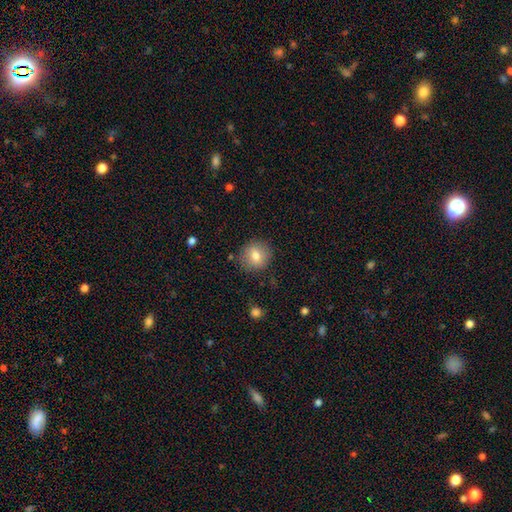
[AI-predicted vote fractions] Q: Smooth or featured?
A: smooth (78%); runner-up: featured or disk (13%)
Q: How rounded?
A: round (87%); runner-up: in between (12%)
Q: Merging?
A: none (85%); runner-up: minor disturbance (10%)